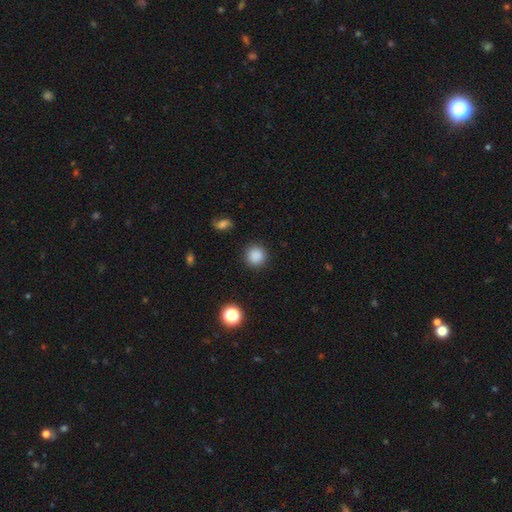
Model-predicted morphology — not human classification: Smooth or featured?
  - smooth: 86% *
  - star or artifact: 11%
  - featured or disk: 3%
How rounded?
  - round: 93% *
  - in between: 6%
  - cigar-shaped: 1%
Merging?
  - none: 90% *
  - minor disturbance: 6%
  - major disturbance: 3%
  - merger: 1%